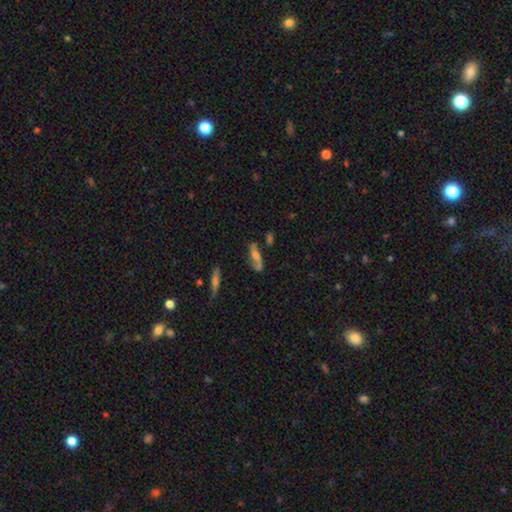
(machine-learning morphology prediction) Overall: featured or disk (55%; smooth 34%). Edge-on disk: no (71%). Merging: none (59%; minor disturbance 21%).